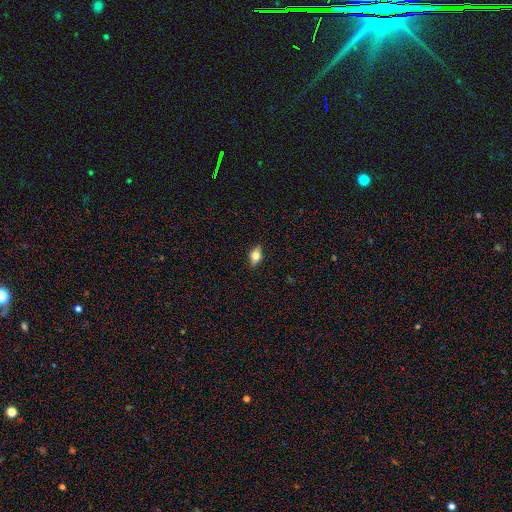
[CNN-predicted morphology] Smooth or featured? smooth (58%)
How rounded? in between (78%)
Merging? none (84%)